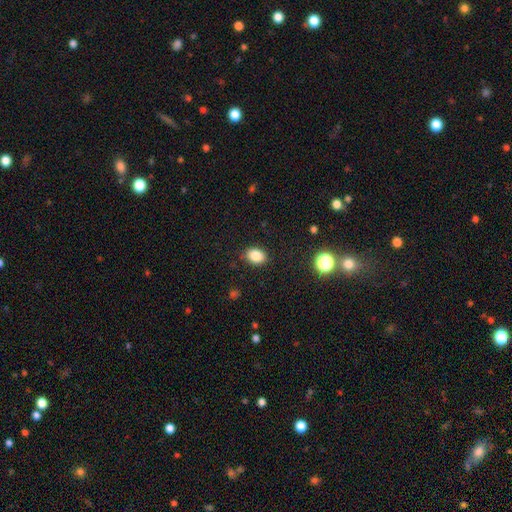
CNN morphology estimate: The model was most divided on "how rounded": in between: 74%, round: 25%, cigar-shaped: 1%. More confident: merging — none (86%); smooth or featured — smooth (85%).